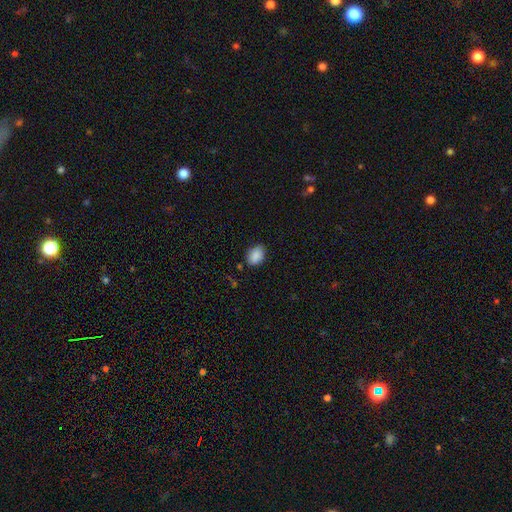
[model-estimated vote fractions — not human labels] This appears to be a smooth galaxy with no disk features (87%) that is in between round and cigar-shaped (68%). Merging: none (76%).